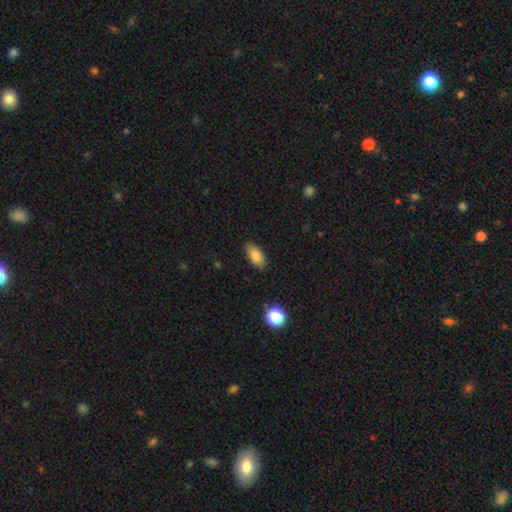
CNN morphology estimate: smooth_or_featured: smooth (p=0.86) [alt: star or artifact p=0.08]
how_rounded: in between (p=0.90) [alt: cigar-shaped p=0.06]
merging: none (p=0.85) [alt: minor disturbance p=0.12]